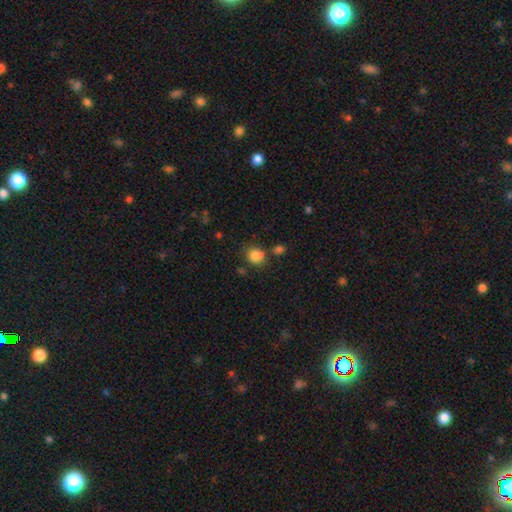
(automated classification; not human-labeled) Smooth or featured: smooth — 84% (star or artifact — 11%)
How rounded: round — 75% (in between — 24%)
Merging: none — 65% (minor disturbance — 15%)